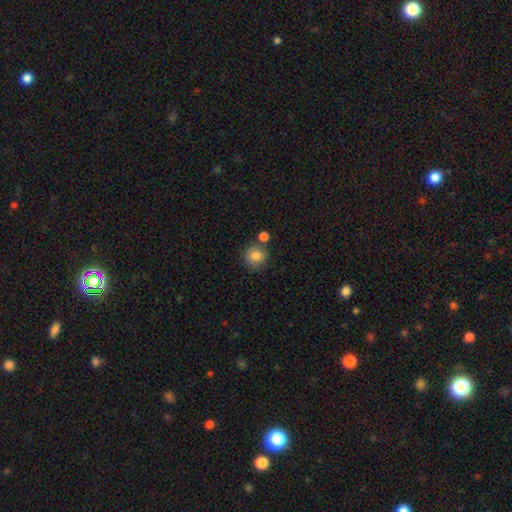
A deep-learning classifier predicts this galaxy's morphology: Q: Smooth or featured?
A: smooth (84%); runner-up: star or artifact (10%)
Q: How rounded?
A: round (90%); runner-up: in between (9%)
Q: Merging?
A: none (74%); runner-up: merger (13%)